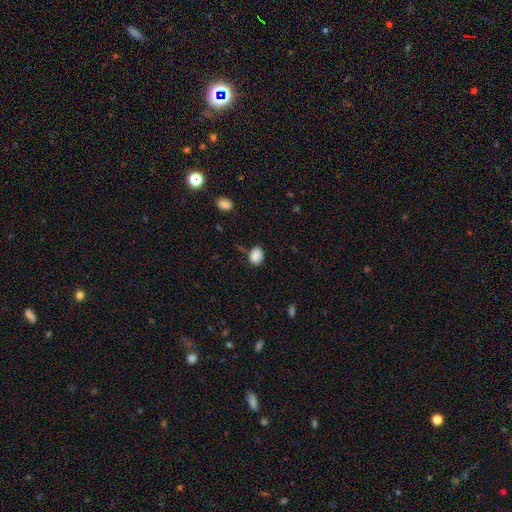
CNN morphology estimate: Q: Smooth or featured?
A: smooth (87%); runner-up: star or artifact (9%)
Q: How rounded?
A: in between (58%); runner-up: round (41%)
Q: Merging?
A: none (69%); runner-up: minor disturbance (22%)